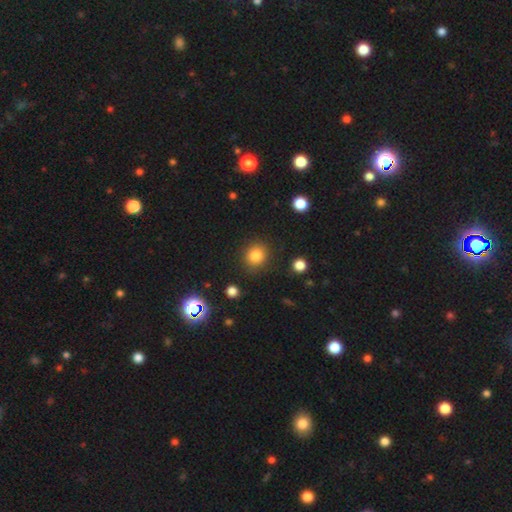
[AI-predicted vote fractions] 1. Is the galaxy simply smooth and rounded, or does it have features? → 83% smooth, 11% star or artifact, 6% featured or disk.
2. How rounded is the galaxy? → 78% round, 21% in between, 1% cigar-shaped.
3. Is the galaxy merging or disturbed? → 87% none, 8% minor disturbance, 3% major disturbance, 2% merger.